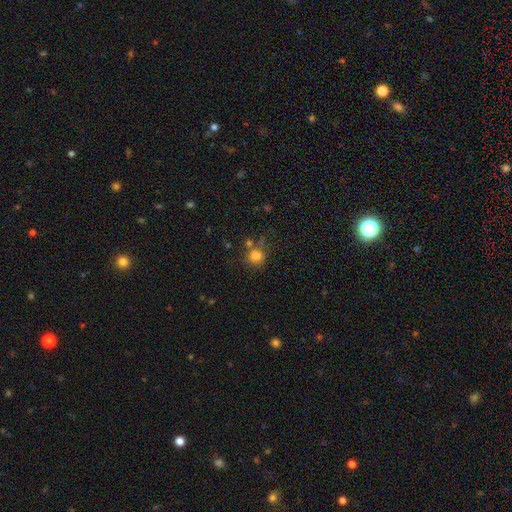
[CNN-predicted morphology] smooth_or_featured: smooth (p=0.81) [alt: star or artifact p=0.13]
how_rounded: round (p=0.86) [alt: in between p=0.13]
merging: none (p=0.69) [alt: merger p=0.14]